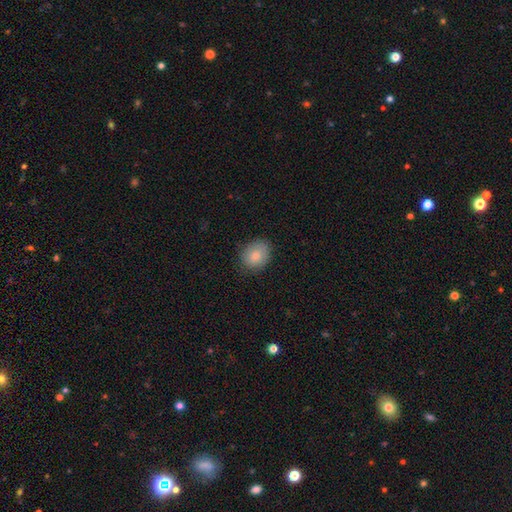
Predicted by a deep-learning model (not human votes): Smooth or featured? smooth (81%)
How rounded? round (57%)
Merging? none (80%)